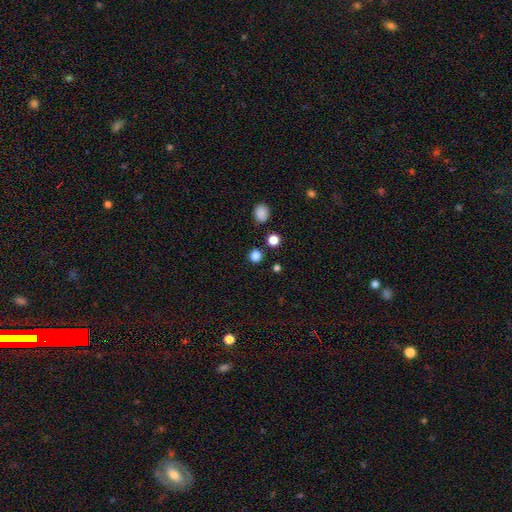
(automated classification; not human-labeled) Morphology: type=smooth (82%); roundness=round (91%); merging=none (88%).